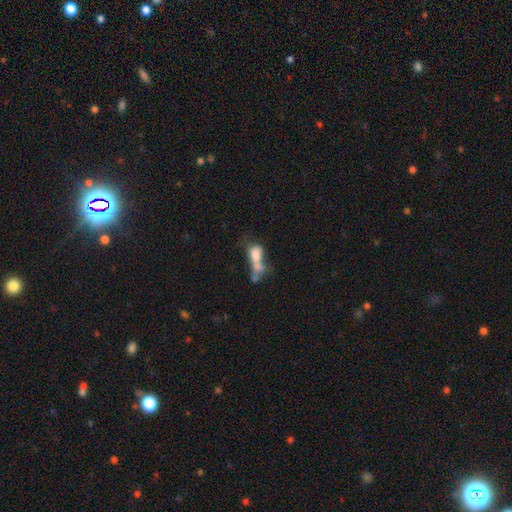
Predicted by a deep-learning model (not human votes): The model was most divided on "smooth or featured": smooth: 60%, featured or disk: 28%, star or artifact: 13%. More confident: how rounded — in between (70%); merging — merger (55%).